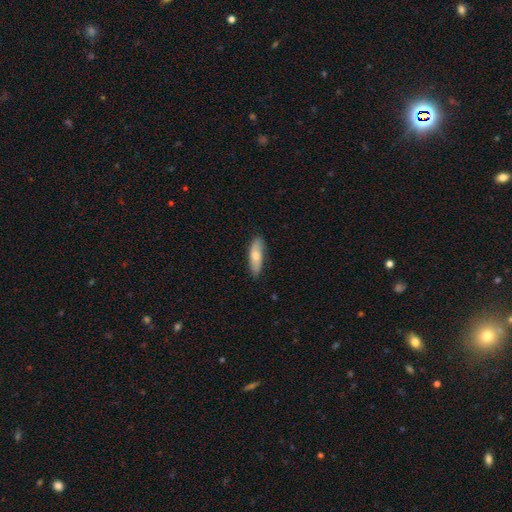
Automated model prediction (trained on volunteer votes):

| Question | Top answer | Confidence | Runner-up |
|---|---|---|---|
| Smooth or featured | smooth | 71% | featured or disk (23%) |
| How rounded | in between | 50% | cigar-shaped (47%) |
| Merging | none | 82% | minor disturbance (14%) |